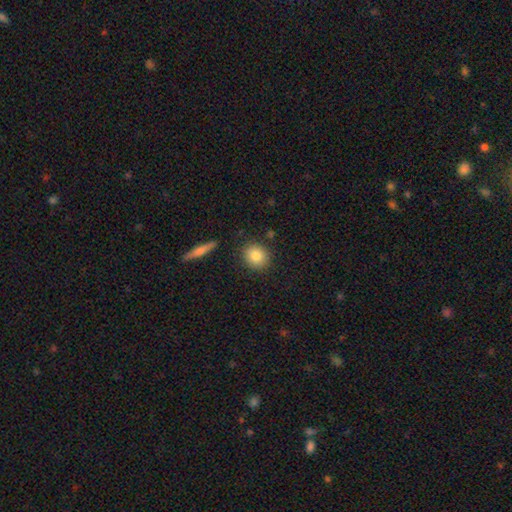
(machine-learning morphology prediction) This is clearly a smooth galaxy (83%). How rounded: likely round (79%). Merging: clearly none (87%).